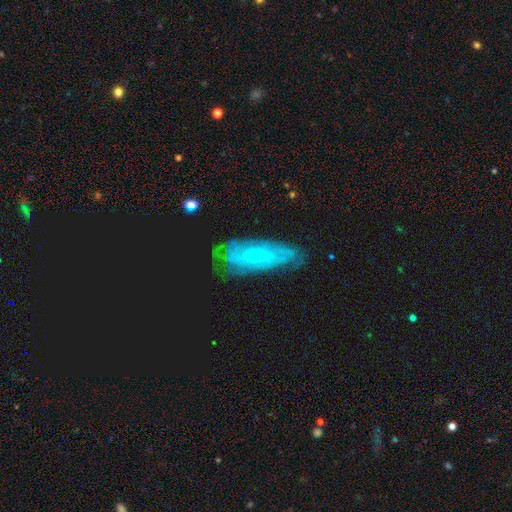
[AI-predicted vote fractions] This is likely a featured or disk galaxy (74%). It is clearly not viewed edge-on (86%). Bar: likely no (73%). Spiral arm pattern: clearly yes (87%). Spiral arm count: possibly can't tell (58%). Spiral winding: likely tight (68%). Central bulge: likely small (77%). Merging: likely none (69%).